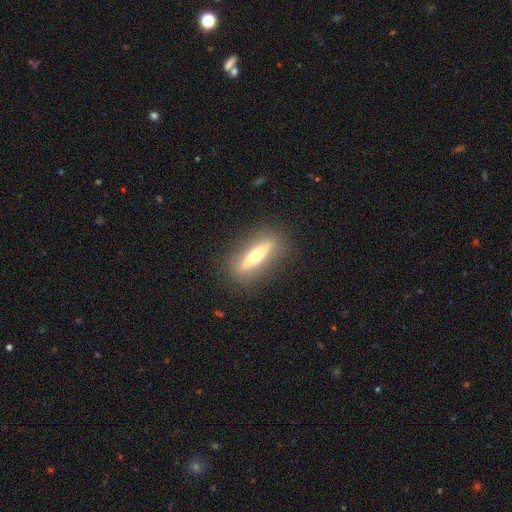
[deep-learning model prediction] Smooth or featured? Predicted: featured or disk (p=0.48). Merging? Predicted: none (p=0.87).